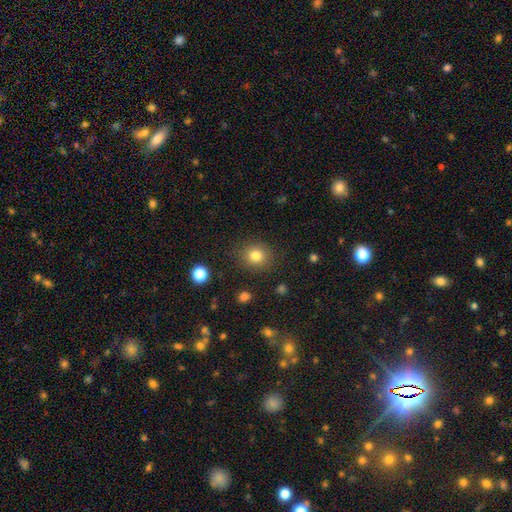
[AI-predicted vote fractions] Smooth or featured? smooth (82%)
How rounded? round (82%)
Merging? none (87%)